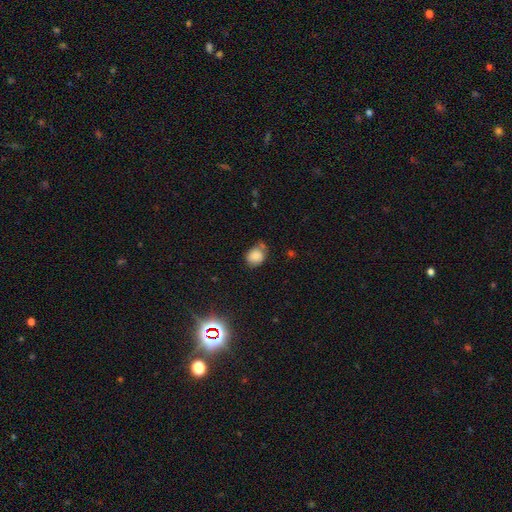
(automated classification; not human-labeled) smooth-or-featured: smooth: 80% | star or artifact: 12% | featured or disk: 8%
  how-rounded: round: 62% | in between: 37% | cigar-shaped: 1%
  merging: none: 59% | minor disturbance: 26% | merger: 9% | major disturbance: 6%